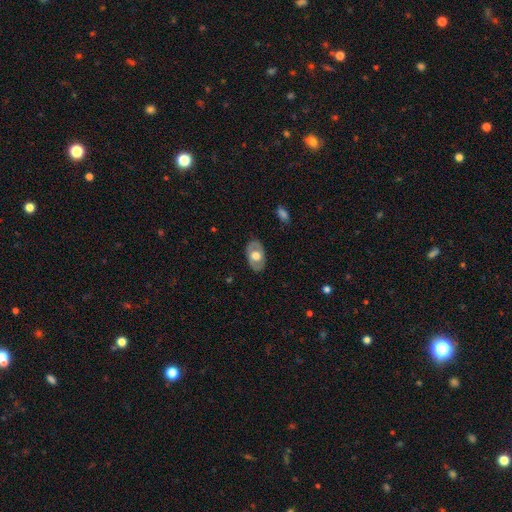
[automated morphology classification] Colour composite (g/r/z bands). It shows a smooth galaxy with no disk features (48%). Merging: none (82%).